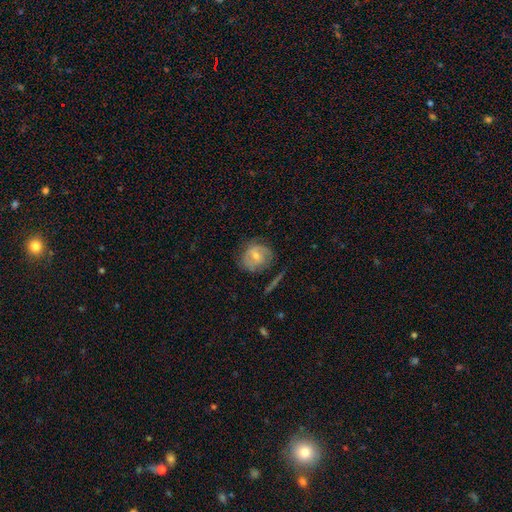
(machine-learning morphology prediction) Smooth or featured? Predicted: featured or disk (p=0.53). Edge-on disk? Predicted: no (p=0.95). Bar? Predicted: weak (p=0.47). Spiral arms? Predicted: yes (p=0.70). Bulge size? Predicted: moderate (p=0.53). Merging? Predicted: none (p=0.64).